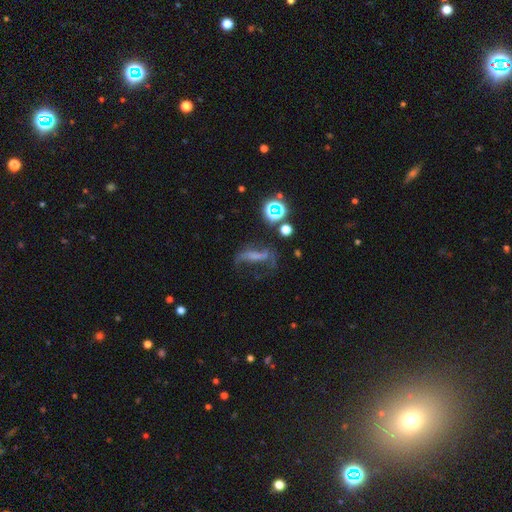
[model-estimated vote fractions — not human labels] Smooth or featured?
  - featured or disk: 50% *
  - smooth: 26%
  - star or artifact: 24%
Edge-on disk?
  - no: 84% *
  - yes: 16%
Merging?
  - none: 41% *
  - major disturbance: 31%
  - minor disturbance: 20%
  - merger: 7%